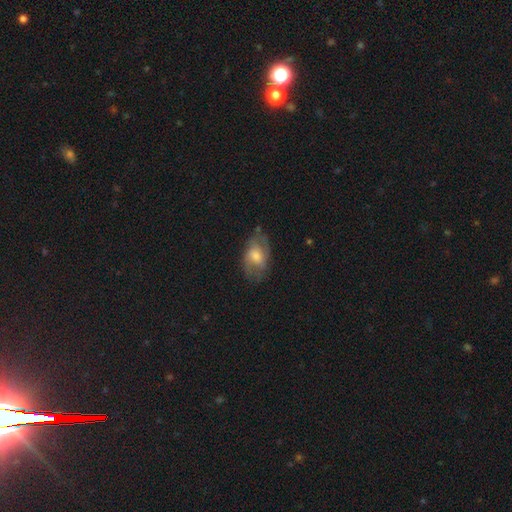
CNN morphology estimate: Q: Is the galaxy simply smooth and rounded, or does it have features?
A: featured or disk — 56%.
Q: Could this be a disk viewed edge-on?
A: no — 93%.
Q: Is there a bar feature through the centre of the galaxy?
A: no — 47%.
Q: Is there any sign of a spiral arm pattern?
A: yes — 76%.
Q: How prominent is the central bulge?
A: moderate — 51%.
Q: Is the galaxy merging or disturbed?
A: none — 67%.